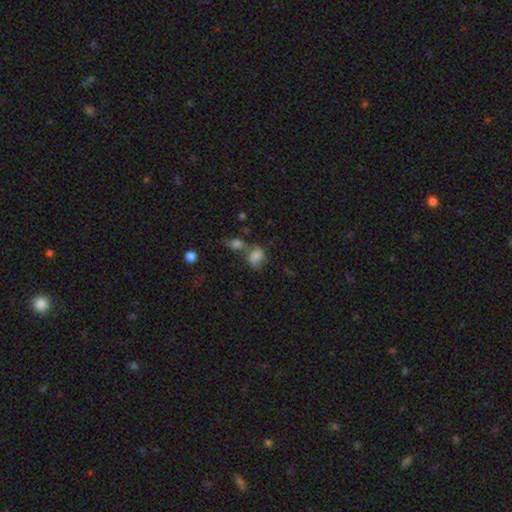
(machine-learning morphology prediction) The model was most divided on "merging": merger: 42%, none: 33%, minor disturbance: 15%, major disturbance: 10%. More confident: smooth or featured — smooth (63%); how rounded — in between (60%).